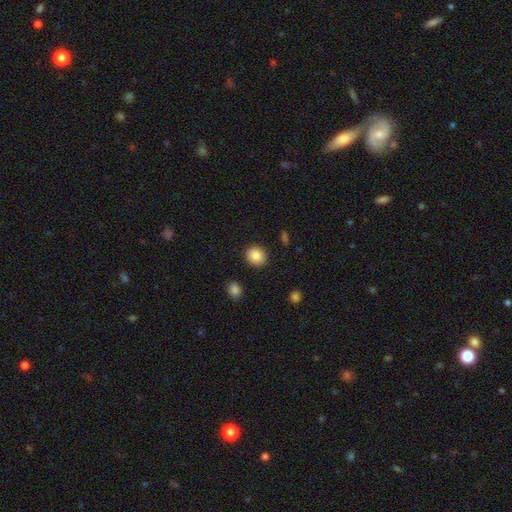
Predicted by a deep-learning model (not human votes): Smooth or featured? Predicted: smooth (p=0.86). How rounded? Predicted: round (p=0.81). Merging? Predicted: none (p=0.89).